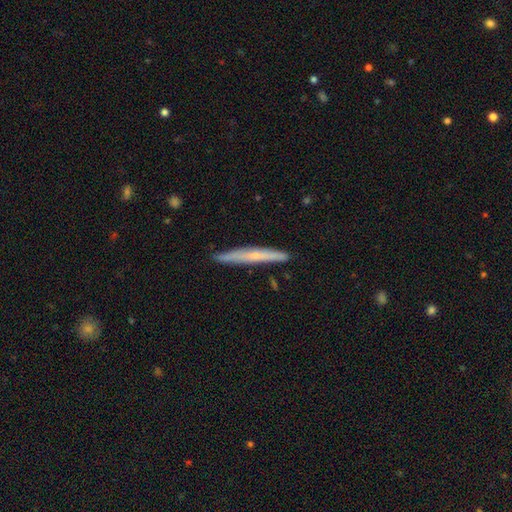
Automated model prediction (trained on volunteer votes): Morphology: type=smooth (49%); merging=none (88%).